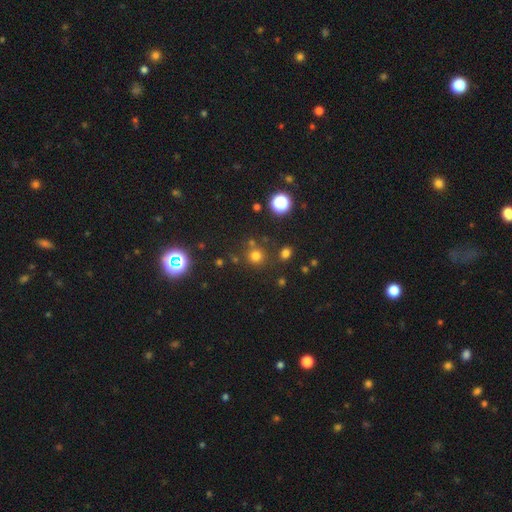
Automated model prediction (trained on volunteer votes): Q: Smooth or featured?
A: smooth (70%); runner-up: star or artifact (24%)
Q: How rounded?
A: round (92%); runner-up: in between (7%)
Q: Merging?
A: none (78%); runner-up: merger (9%)